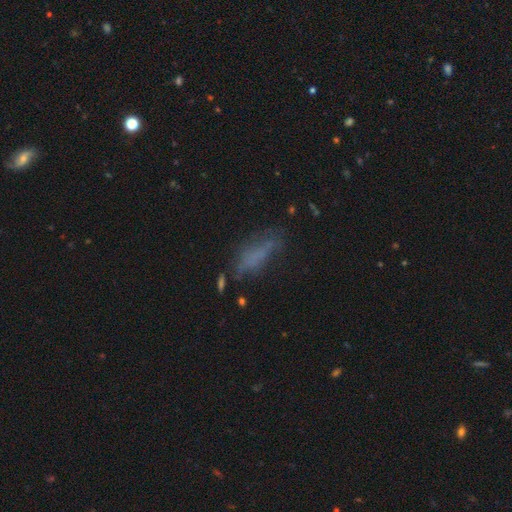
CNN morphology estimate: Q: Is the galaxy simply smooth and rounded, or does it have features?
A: smooth — 56%.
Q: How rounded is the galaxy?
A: in between — 49%.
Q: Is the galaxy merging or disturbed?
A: none — 49%.